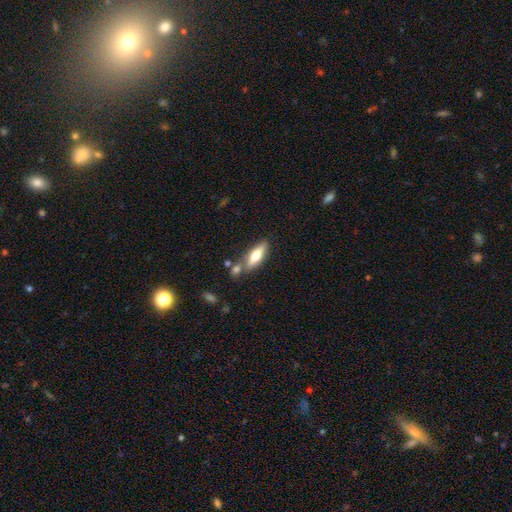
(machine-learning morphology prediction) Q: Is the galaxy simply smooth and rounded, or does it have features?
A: smooth — 57%.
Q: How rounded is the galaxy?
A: in between — 50%.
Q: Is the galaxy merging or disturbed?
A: none — 66%.